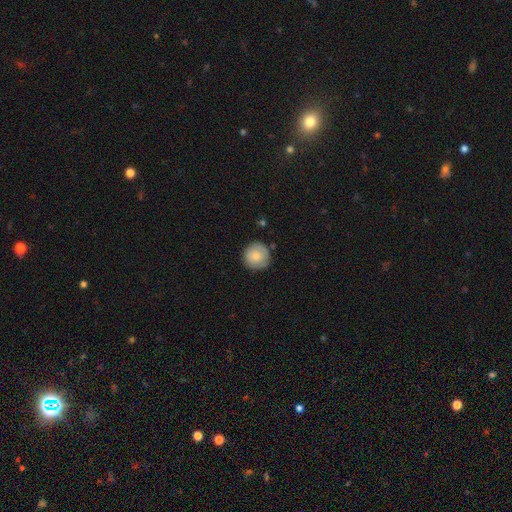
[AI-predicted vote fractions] Morphology: type=smooth (79%); roundness=round (94%); merging=none (82%).